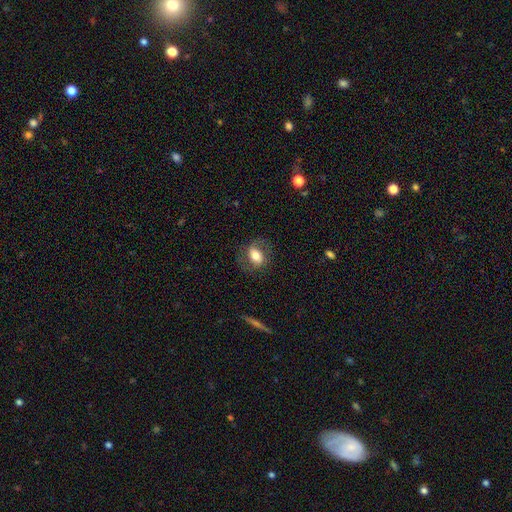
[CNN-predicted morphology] Smooth or featured: smooth — 61% (featured or disk — 31%)
How rounded: in between — 75% (round — 23%)
Merging: none — 71% (minor disturbance — 17%)